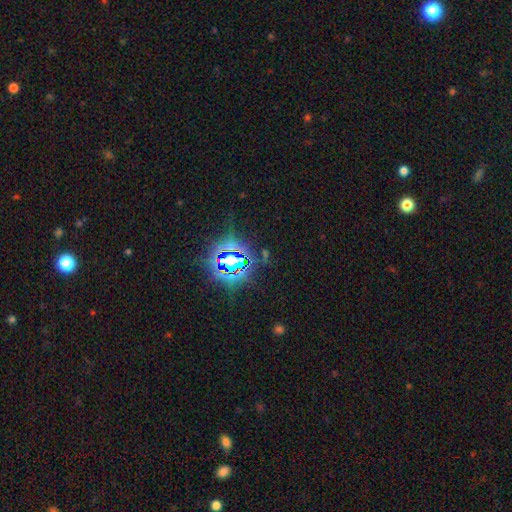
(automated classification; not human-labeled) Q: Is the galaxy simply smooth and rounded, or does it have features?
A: star or artifact — 84%.